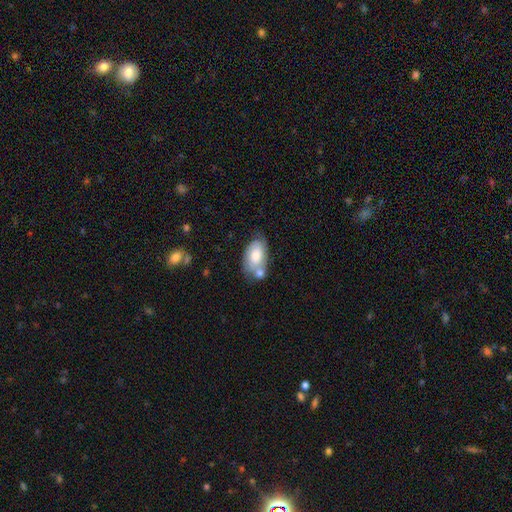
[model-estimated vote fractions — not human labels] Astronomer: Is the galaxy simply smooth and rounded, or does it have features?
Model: smooth — 67%.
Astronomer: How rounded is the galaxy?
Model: in between — 92%.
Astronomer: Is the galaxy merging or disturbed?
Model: none — 41% (runner-up: merger, 30%).